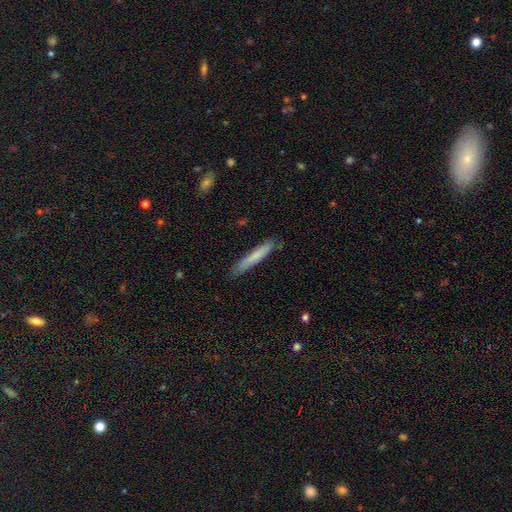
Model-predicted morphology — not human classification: Smooth or featured?
  - smooth: 73% *
  - featured or disk: 21%
  - star or artifact: 6%
How rounded?
  - cigar-shaped: 95% *
  - in between: 4%
  - round: 1%
Merging?
  - none: 86% *
  - minor disturbance: 11%
  - major disturbance: 2%
  - merger: 1%